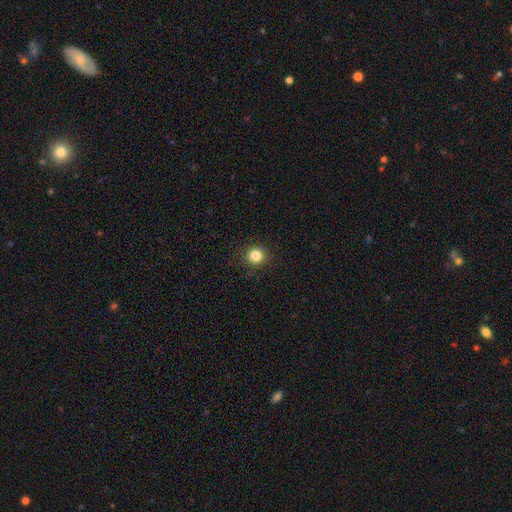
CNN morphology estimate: smooth-or-featured: smooth: 84% | star or artifact: 12% | featured or disk: 4%
  how-rounded: round: 93% | in between: 6% | cigar-shaped: 1%
  merging: none: 91% | minor disturbance: 6% | major disturbance: 2% | merger: 1%